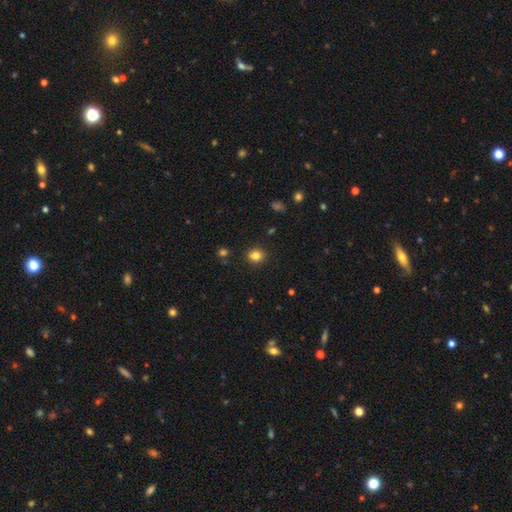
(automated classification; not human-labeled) This is clearly a smooth galaxy (82%). How rounded: likely round (74%). Merging: clearly none (89%).